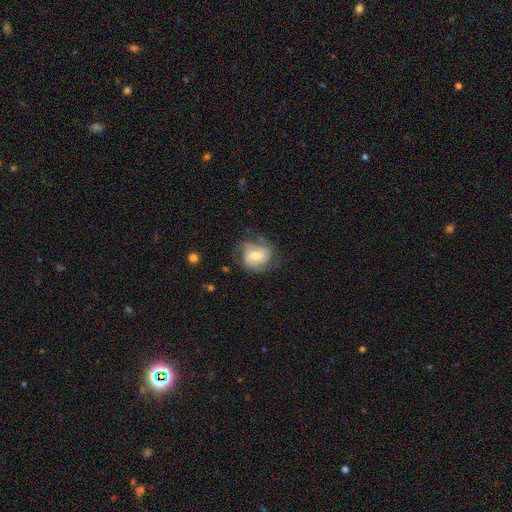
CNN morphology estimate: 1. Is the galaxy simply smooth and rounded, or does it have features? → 68% featured or disk, 24% smooth, 7% star or artifact.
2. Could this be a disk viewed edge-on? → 97% no, 3% yes.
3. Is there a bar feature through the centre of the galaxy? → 47% weak, 39% no, 14% strong.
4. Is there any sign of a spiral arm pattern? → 89% yes, 11% no.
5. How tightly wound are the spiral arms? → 42% tight (tied), 42% medium (tied), 16% loose.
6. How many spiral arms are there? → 35% 2, 26% can't tell, 25% 3, 6% 4, 5% 1, 3% more than 4.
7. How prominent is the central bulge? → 60% moderate, 28% small, 9% large, 3% none, 1% dominant.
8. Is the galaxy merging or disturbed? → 62% none, 23% minor disturbance, 14% major disturbance, 1% merger.